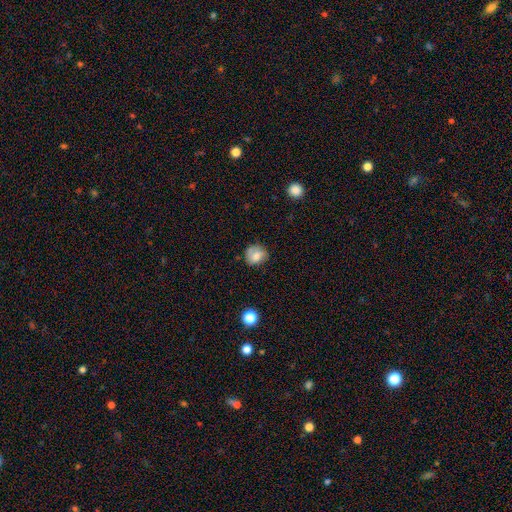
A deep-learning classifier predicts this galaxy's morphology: A smooth galaxy with no disk features (73%) that is round (72%).

Vote fractions:
- Smooth or featured? smooth: 73% / featured or disk: 18% / star or artifact: 9%
- How rounded? round: 72% / in between: 27% / cigar-shaped: 1%
- Merging? none: 65% / minor disturbance: 25% / major disturbance: 7% / merger: 2%